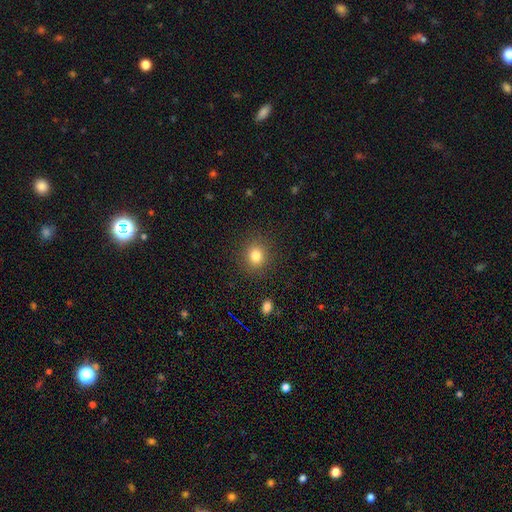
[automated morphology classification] Q: Smooth or featured?
A: smooth (81%); runner-up: star or artifact (12%)
Q: How rounded?
A: round (79%); runner-up: in between (20%)
Q: Merging?
A: none (88%); runner-up: minor disturbance (7%)